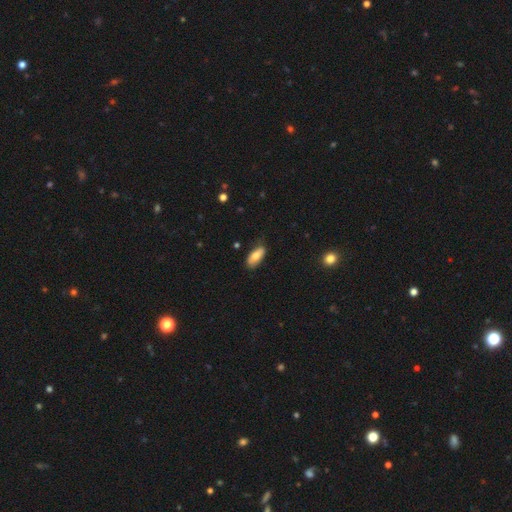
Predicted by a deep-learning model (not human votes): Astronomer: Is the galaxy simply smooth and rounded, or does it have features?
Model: smooth — 74%.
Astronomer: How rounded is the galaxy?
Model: in between — 85%.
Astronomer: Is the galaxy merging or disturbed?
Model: none — 73%.